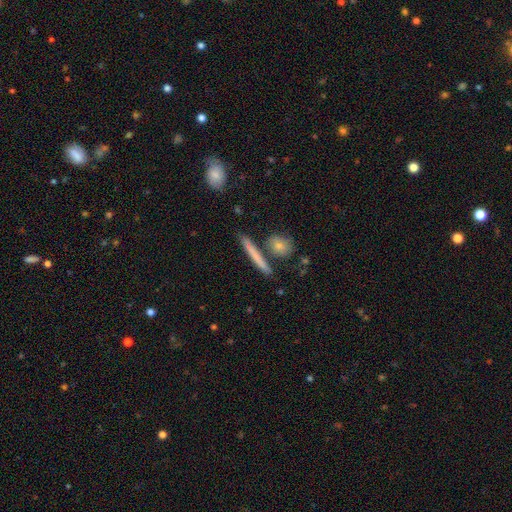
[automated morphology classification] The model was most divided on "smooth or featured": smooth: 60%, featured or disk: 34%, star or artifact: 7%. More confident: how rounded — cigar-shaped (92%); merging — none (81%).